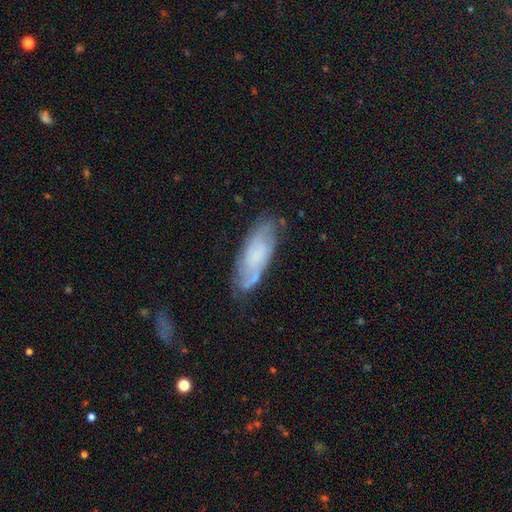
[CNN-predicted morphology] The model was most divided on "bulge size": none: 43%, small: 34%, moderate: 16%, large: 5%, dominant: 2%. More confident: spiral arms — yes (89%); edge-on disk — no (87%); merging — none (71%); smooth or featured — featured or disk (64%); bar — no (62%).